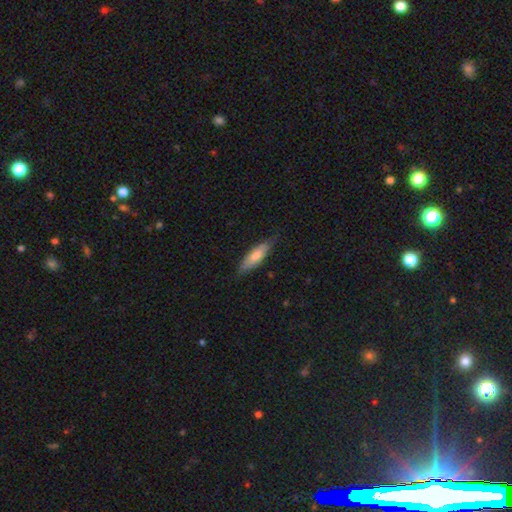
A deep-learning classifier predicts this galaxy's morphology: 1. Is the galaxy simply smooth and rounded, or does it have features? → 68% smooth, 27% featured or disk, 5% star or artifact.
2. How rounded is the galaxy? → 55% cigar-shaped, 44% in between, 2% round.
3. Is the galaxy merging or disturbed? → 77% none, 18% minor disturbance, 3% major disturbance, 1% merger.